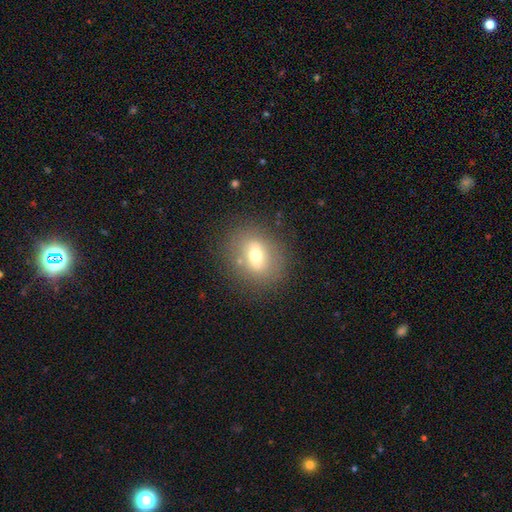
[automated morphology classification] The model was most divided on "how rounded": in between: 50%, round: 48%, cigar-shaped: 2%. More confident: merging — none (80%); smooth or featured — smooth (58%).